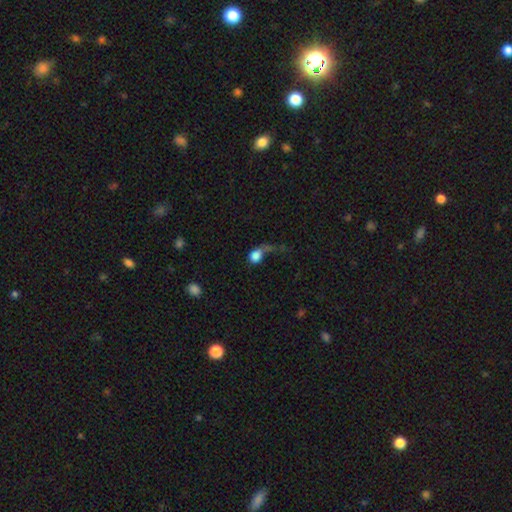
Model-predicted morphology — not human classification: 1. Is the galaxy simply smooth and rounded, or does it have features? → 73% smooth, 17% featured or disk, 10% star or artifact.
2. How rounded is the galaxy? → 56% round, 41% in between, 2% cigar-shaped.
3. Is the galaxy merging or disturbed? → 54% major disturbance, 19% none, 15% minor disturbance, 11% merger.